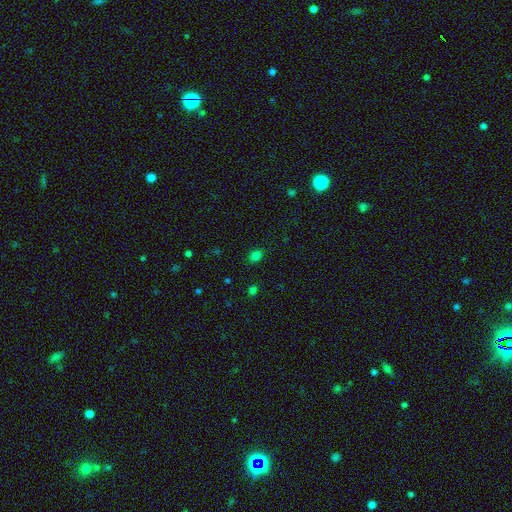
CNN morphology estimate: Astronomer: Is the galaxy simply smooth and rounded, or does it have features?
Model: smooth — 77%.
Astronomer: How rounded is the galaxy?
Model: in between — 61% (runner-up: round, 37%).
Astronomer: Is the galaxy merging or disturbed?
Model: none — 84%.